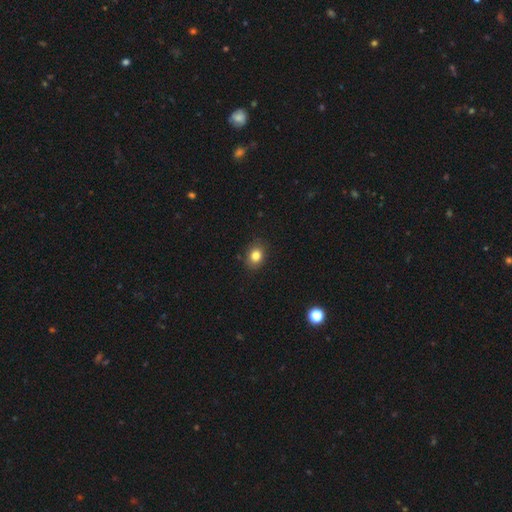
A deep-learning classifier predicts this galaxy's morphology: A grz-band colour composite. It shows a smooth galaxy with no disk features (82%) that is round (52%). Merging: none (86%).